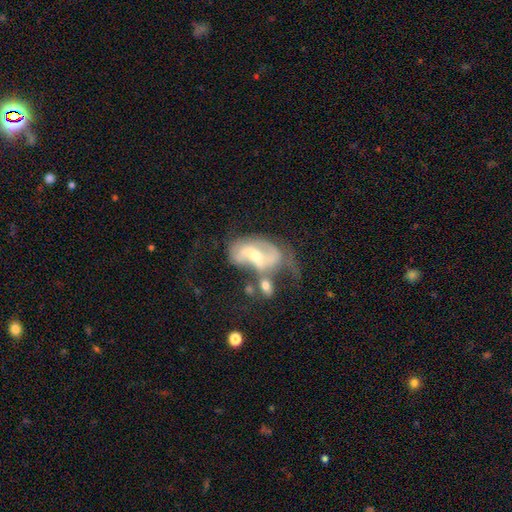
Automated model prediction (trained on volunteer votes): Morphology: type=featured or disk (75%); edge-on=no (96%); bar=weak (44%); spiral arms=yes (81%); winding=medium (42%); arm count=2 (70%); bulge=moderate (53%); merging=merger (30%).